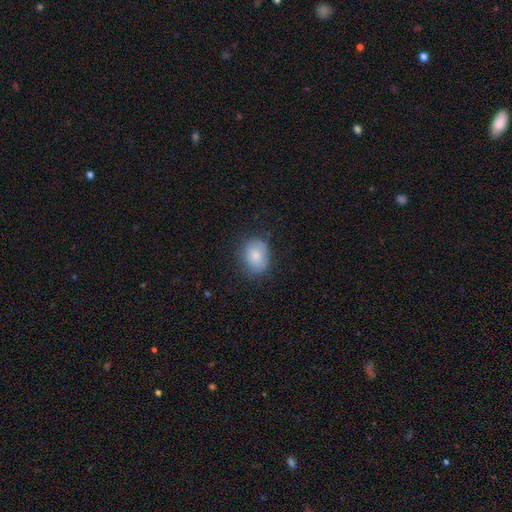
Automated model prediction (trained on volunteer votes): This appears to be a smooth galaxy with no disk features (81%) that is in between round and cigar-shaped (54%). Merging: none (72%).